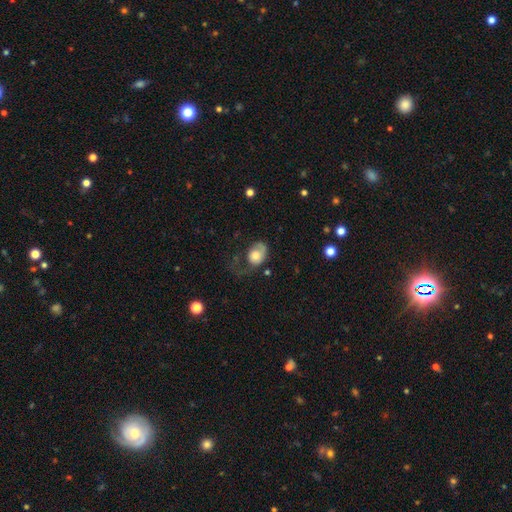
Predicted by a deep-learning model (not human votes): Smooth or featured: smooth — 66% (featured or disk — 27%)
How rounded: in between — 63% (round — 35%)
Merging: major disturbance — 45% (none — 26%)